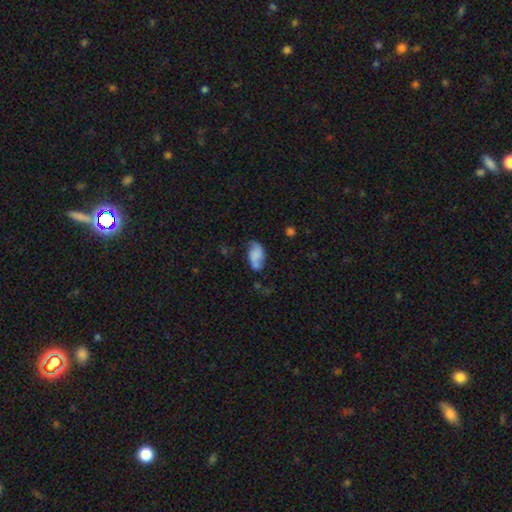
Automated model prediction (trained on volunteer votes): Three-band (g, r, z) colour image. It shows a smooth galaxy with no disk features (49%). Merging: none (49%).